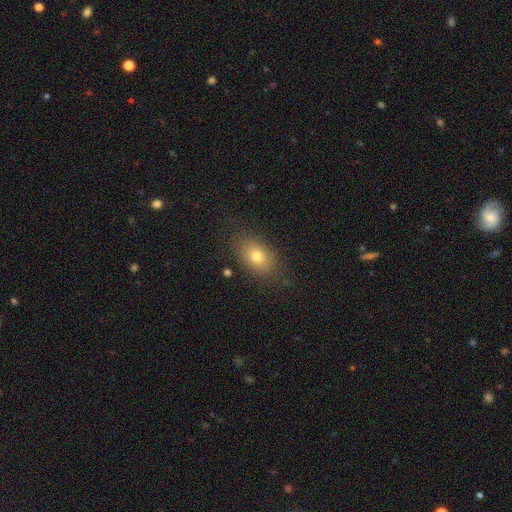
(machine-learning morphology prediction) A smooth galaxy with no disk features (75%) that is in between round and cigar-shaped (82%). Merging: none (84%).